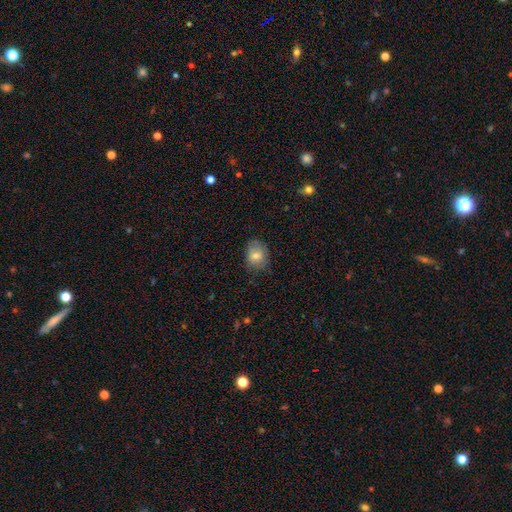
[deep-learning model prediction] A smooth galaxy with no disk features (74%) that is in between round and cigar-shaped (54%).

Vote fractions:
- Smooth or featured? smooth: 74% / featured or disk: 17% / star or artifact: 9%
- How rounded? in between: 54% / round: 45% / cigar-shaped: 1%
- Merging? none: 70% / minor disturbance: 23% / major disturbance: 6% / merger: 1%